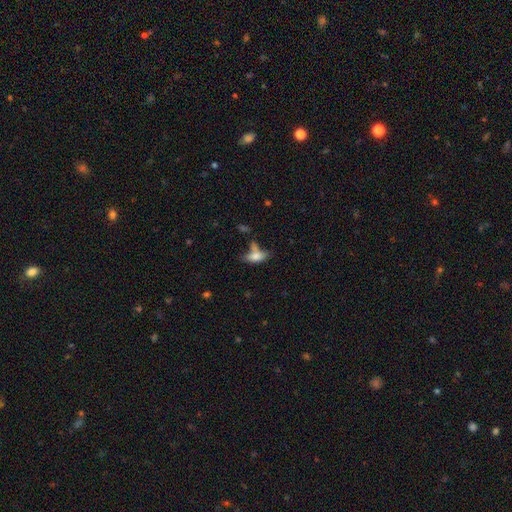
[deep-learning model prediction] The model was most divided on "merging": none: 41%, merger: 28%, minor disturbance: 20%, major disturbance: 12%. More confident: how rounded — in between (70%); smooth or featured — smooth (69%).